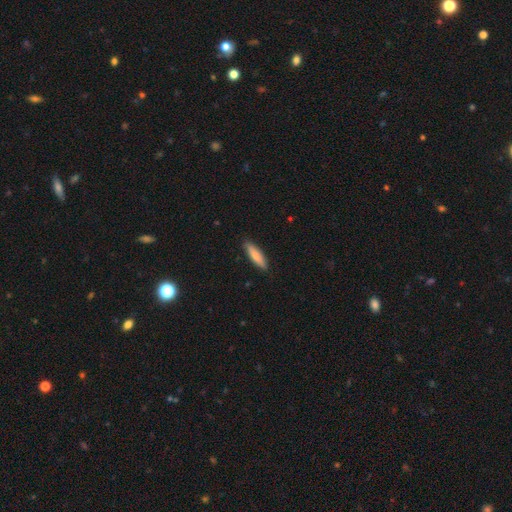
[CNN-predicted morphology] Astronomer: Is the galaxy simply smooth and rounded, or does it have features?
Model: smooth — 77%.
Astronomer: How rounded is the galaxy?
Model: cigar-shaped — 72%.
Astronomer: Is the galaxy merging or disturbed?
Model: none — 88%.